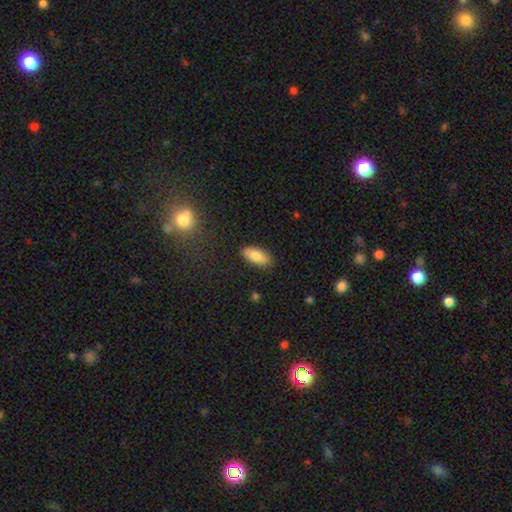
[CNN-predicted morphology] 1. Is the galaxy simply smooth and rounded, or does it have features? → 83% smooth, 10% featured or disk, 7% star or artifact.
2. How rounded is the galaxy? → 83% in between, 15% cigar-shaped, 2% round.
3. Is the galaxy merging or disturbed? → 86% none, 10% minor disturbance, 2% major disturbance, 1% merger.